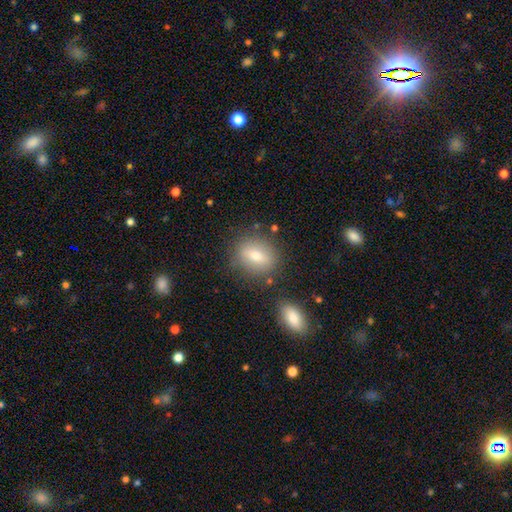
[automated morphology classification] smooth 68%, featured or disk 22%, star or artifact 10%. Down the decision tree: how rounded — in between (53%); merging — none (79%).